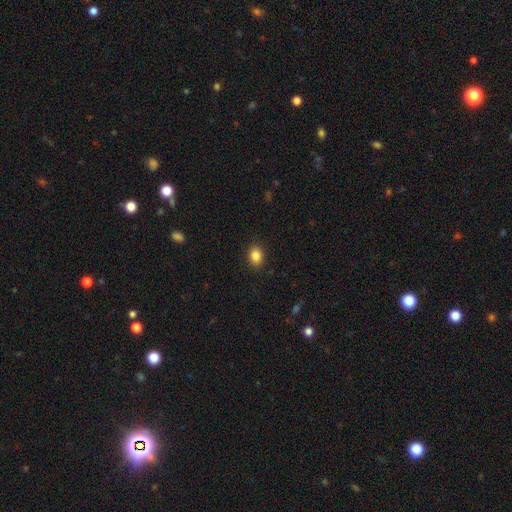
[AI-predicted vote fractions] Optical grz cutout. It shows a smooth galaxy with no disk features (86%) that is in between round and cigar-shaped (58%). Merging: none (89%).